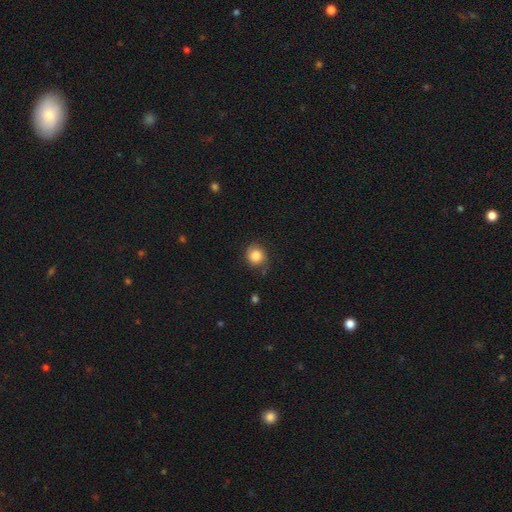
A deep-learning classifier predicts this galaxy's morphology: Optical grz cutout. It shows a smooth galaxy with no disk features (82%) that is round (82%). Merging: none (70%).